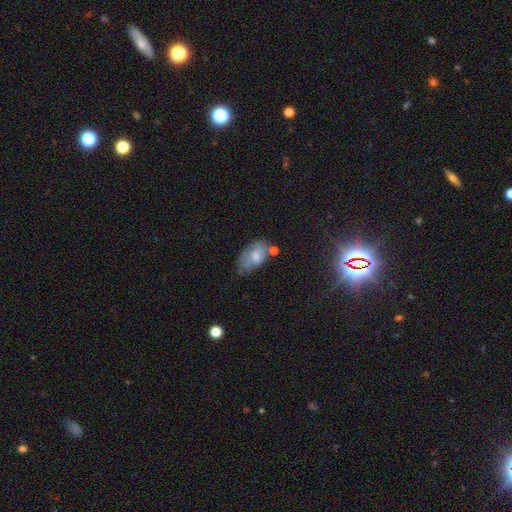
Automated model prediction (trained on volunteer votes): smooth_or_featured: smooth (p=0.58) [alt: featured or disk p=0.33]
how_rounded: in between (p=0.90) [alt: round p=0.07]
merging: none (p=0.37) [alt: minor disturbance p=0.35]